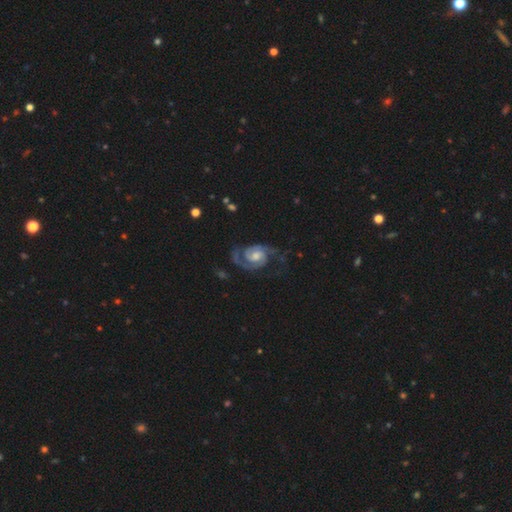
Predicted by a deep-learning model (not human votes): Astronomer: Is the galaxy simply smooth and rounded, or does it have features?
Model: featured or disk — 91%.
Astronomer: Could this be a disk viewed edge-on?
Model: no — 98%.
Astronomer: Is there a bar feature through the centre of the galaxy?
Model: no — 56% (runner-up: weak, 36%).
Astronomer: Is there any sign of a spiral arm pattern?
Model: yes — 98%.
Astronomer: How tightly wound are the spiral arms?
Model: medium — 46% (runner-up: tight, 41%).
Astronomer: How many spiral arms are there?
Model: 2 — 89%.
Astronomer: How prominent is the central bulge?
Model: moderate — 60%.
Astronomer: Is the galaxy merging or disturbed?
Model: none — 67%.